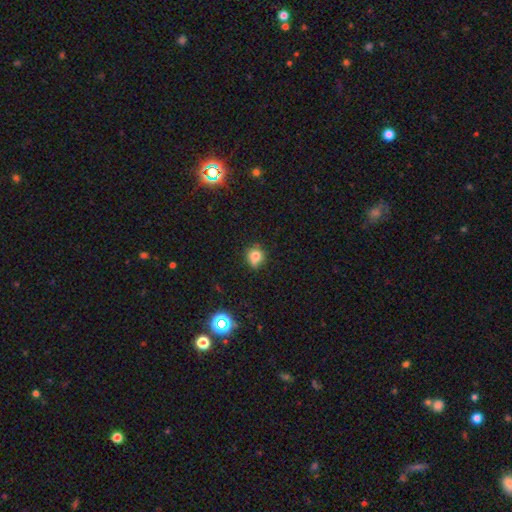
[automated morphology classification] Smooth or featured: smooth — 76% (star or artifact — 14%)
How rounded: round — 78% (in between — 21%)
Merging: none — 66% (minor disturbance — 26%)